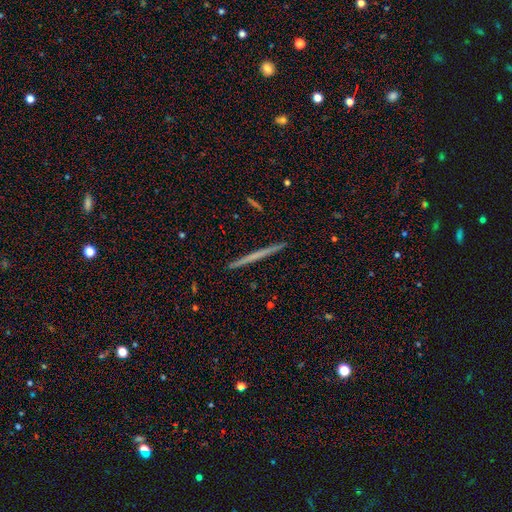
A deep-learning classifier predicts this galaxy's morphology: A featured or disk galaxy (52%) viewed edge-on (98%) with no central bulge (89%).

Vote fractions:
- Smooth or featured? featured or disk: 52% / smooth: 42% / star or artifact: 6%
- Edge-on disk? yes: 98% / no: 2%
- Edge-on bulge? none: 89% / rounded: 8% / boxy: 3%
- Merging? none: 93% / minor disturbance: 5% / major disturbance: 1% / merger: 1%